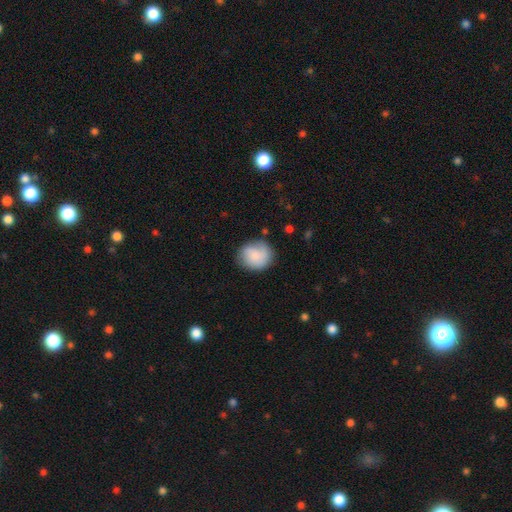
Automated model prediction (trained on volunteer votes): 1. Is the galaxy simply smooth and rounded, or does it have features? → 73% smooth, 20% featured or disk, 7% star or artifact.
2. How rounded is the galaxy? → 76% round, 24% in between, 1% cigar-shaped.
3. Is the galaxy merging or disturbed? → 69% none, 22% minor disturbance, 7% major disturbance, 2% merger.